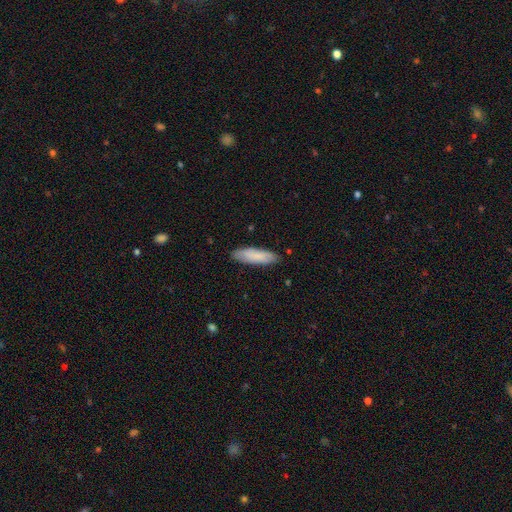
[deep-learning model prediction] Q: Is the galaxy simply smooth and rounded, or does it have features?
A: smooth — 82%.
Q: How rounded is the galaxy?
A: cigar-shaped — 60%.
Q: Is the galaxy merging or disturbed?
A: none — 86%.